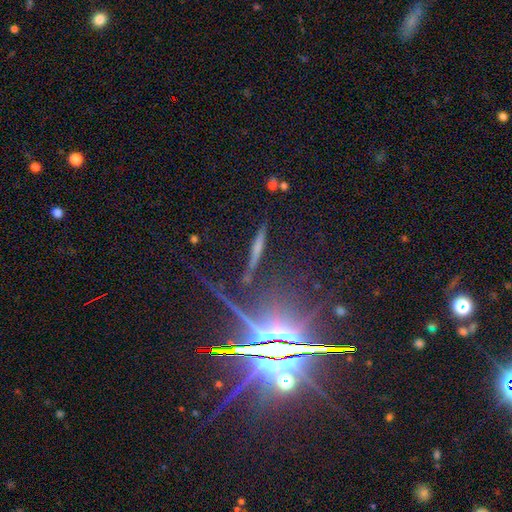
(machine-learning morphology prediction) Smooth or featured? Predicted: star or artifact (p=0.45).